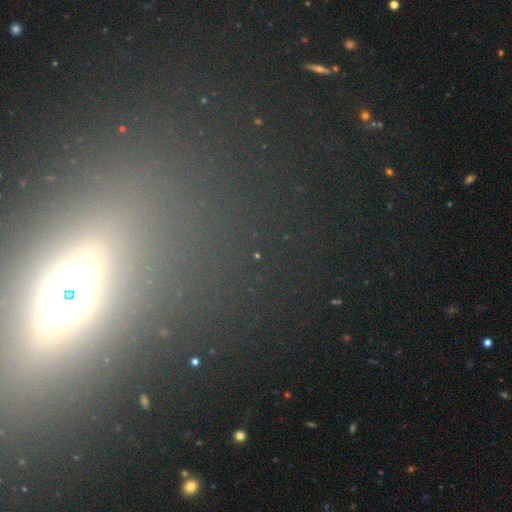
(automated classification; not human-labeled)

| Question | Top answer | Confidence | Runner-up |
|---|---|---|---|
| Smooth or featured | star or artifact | 50% | smooth (27%) |